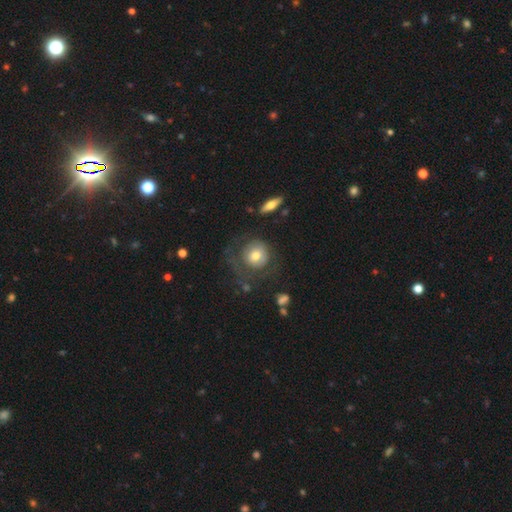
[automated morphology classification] Smooth or featured? smooth (54%)
How rounded? round (86%)
Merging? none (48%)